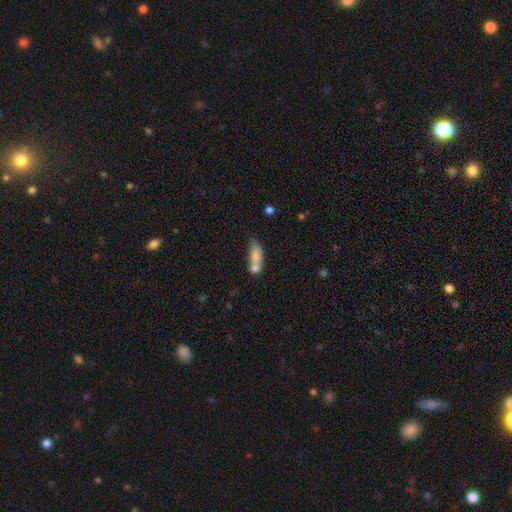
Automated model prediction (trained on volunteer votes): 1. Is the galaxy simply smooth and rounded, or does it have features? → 75% smooth, 17% featured or disk, 9% star or artifact.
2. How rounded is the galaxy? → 68% in between, 27% cigar-shaped, 4% round.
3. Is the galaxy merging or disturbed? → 43% merger, 32% none, 17% minor disturbance, 8% major disturbance.